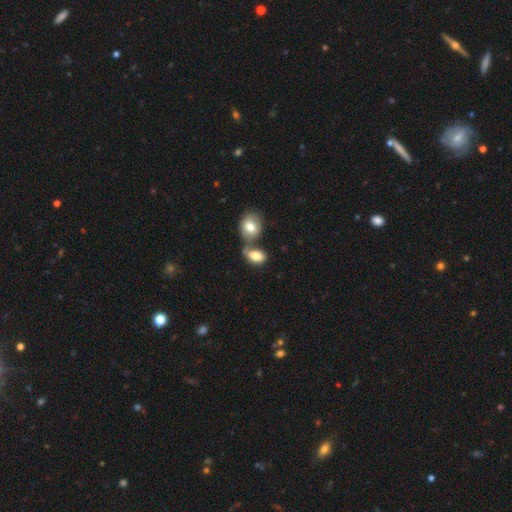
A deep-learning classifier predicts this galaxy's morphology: Smooth or featured: smooth — 79% (featured or disk — 13%)
How rounded: in between — 85% (round — 13%)
Merging: merger — 54% (none — 31%)